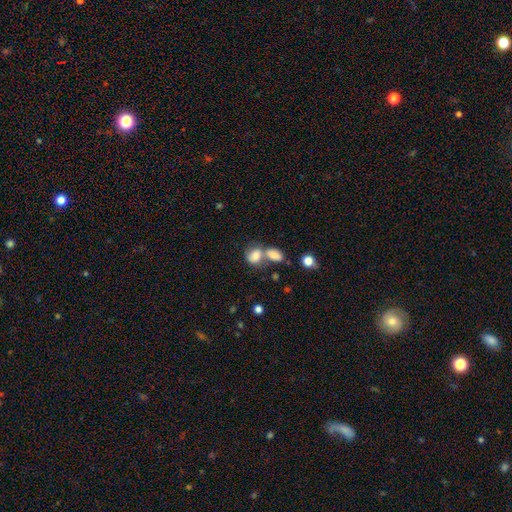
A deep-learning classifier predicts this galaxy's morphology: The model was most divided on "merging": merger: 60%, none: 25%, minor disturbance: 9%, major disturbance: 6%. More confident: smooth or featured — smooth (77%); how rounded — in between (68%).